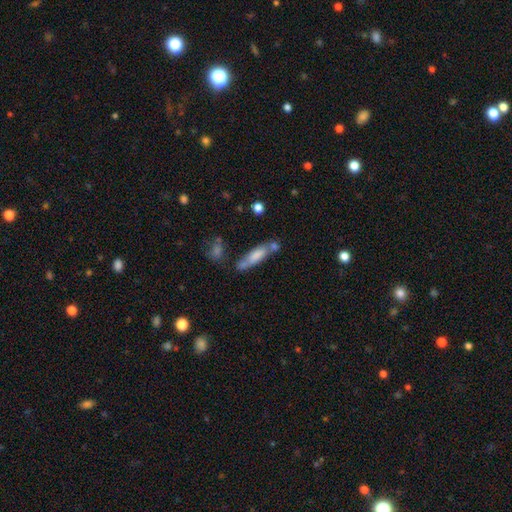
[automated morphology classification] Smooth or featured? Predicted: smooth (p=0.72). How rounded? Predicted: cigar-shaped (p=0.71). Merging? Predicted: none (p=0.53).